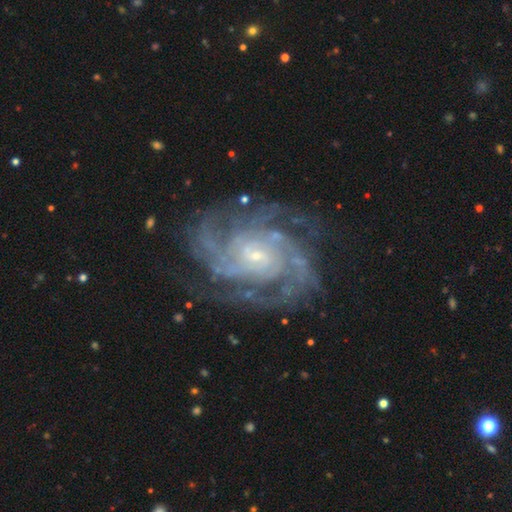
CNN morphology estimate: Smooth or featured? featured or disk (92%)
Edge-on disk? no (98%)
Bar? no (56%)
Spiral arms? yes (98%)
Spiral winding? tight (62%)
Spiral arm count? 4 (26%)
Bulge size? small (77%)
Merging? none (77%)